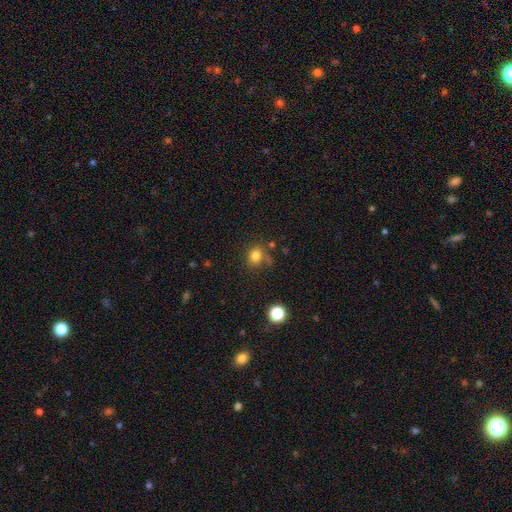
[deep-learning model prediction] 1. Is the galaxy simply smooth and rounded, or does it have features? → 79% smooth, 13% star or artifact, 7% featured or disk.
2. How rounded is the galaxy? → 67% round, 32% in between, 1% cigar-shaped.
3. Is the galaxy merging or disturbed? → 64% none, 20% minor disturbance, 9% major disturbance, 7% merger.